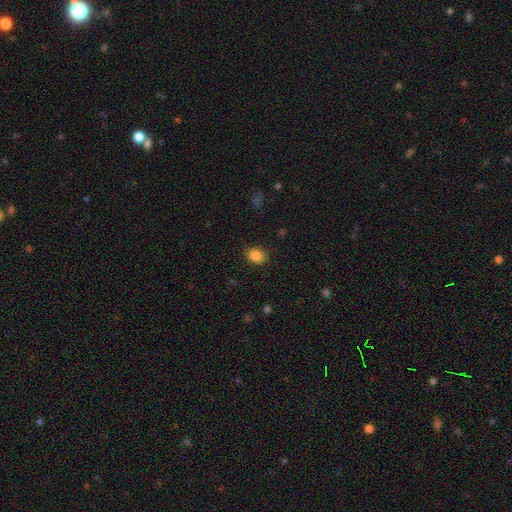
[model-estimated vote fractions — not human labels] Smooth or featured? smooth (85%)
How rounded? in between (55%)
Merging? none (87%)